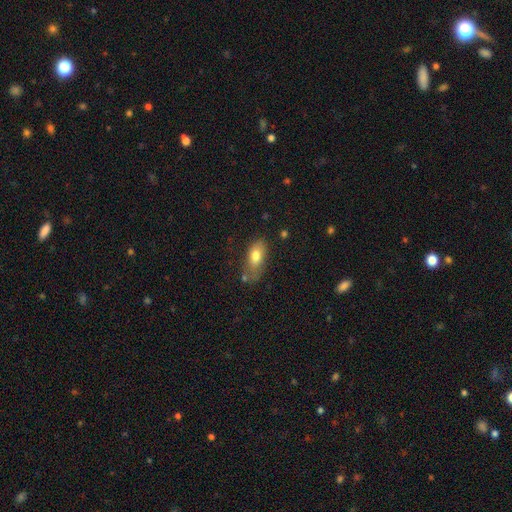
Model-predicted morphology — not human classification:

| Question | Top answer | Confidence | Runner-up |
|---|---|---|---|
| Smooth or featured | smooth | 77% | featured or disk (16%) |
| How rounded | in between | 87% | cigar-shaped (9%) |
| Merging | none | 51% | minor disturbance (29%) |